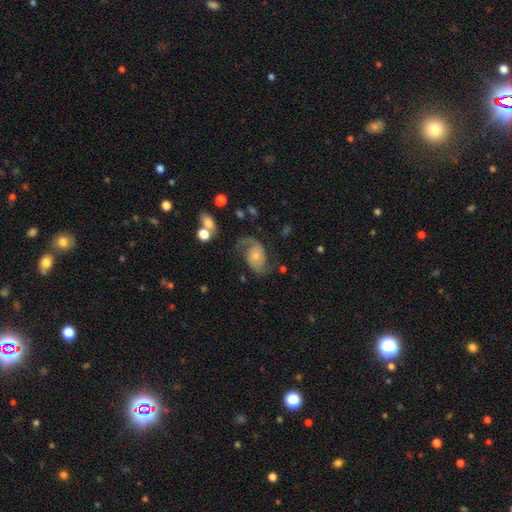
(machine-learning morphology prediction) featured or disk 74%, smooth 18%, star or artifact 7%. Down the decision tree: edge-on disk — no (97%); bar — no (65%); spiral arms — yes (93%); spiral arm count — 2 (76%); spiral winding — loose (45%); bulge size — small (50%); merging — none (53%).